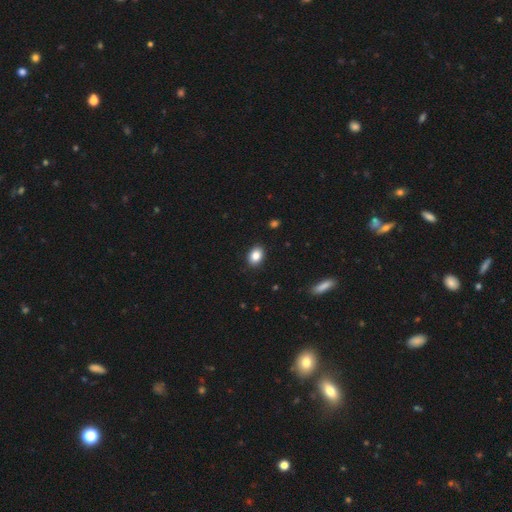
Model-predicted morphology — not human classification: Smooth or featured: smooth — 86% (star or artifact — 9%)
How rounded: in between — 76% (round — 23%)
Merging: none — 89% (minor disturbance — 8%)